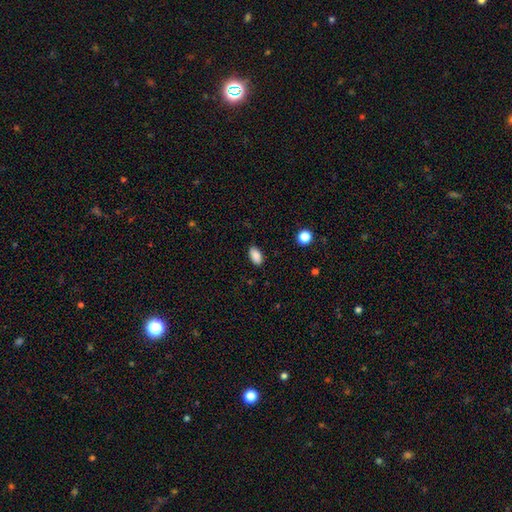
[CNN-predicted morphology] A smooth galaxy with no disk features (88%) that is in between round and cigar-shaped (92%). Merging: none (86%).